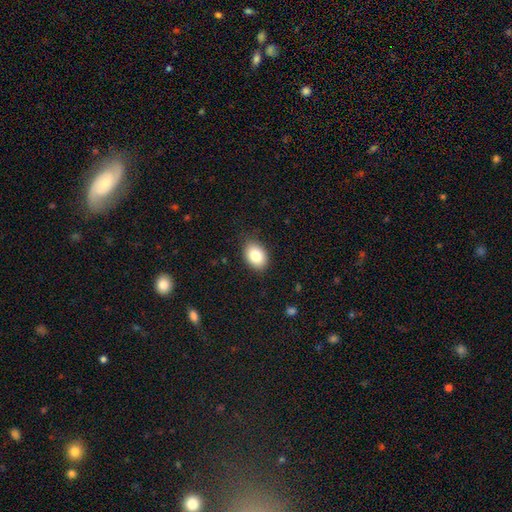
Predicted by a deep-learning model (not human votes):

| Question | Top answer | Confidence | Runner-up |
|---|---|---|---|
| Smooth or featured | smooth | 84% | star or artifact (8%) |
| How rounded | in between | 80% | round (19%) |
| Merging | none | 83% | minor disturbance (13%) |